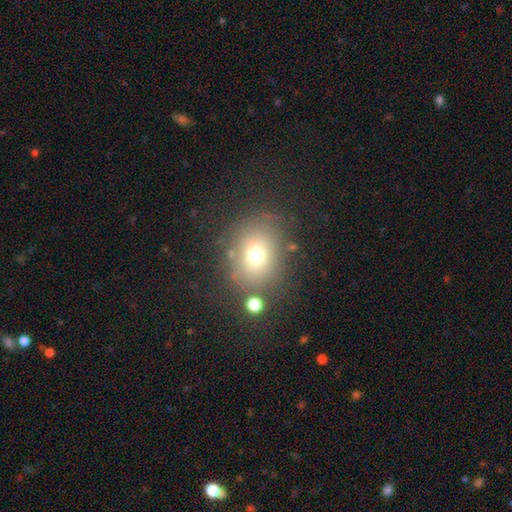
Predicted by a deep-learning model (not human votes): This appears to be a smooth galaxy with no disk features (68%) that is round (63%). Merging: none (74%).